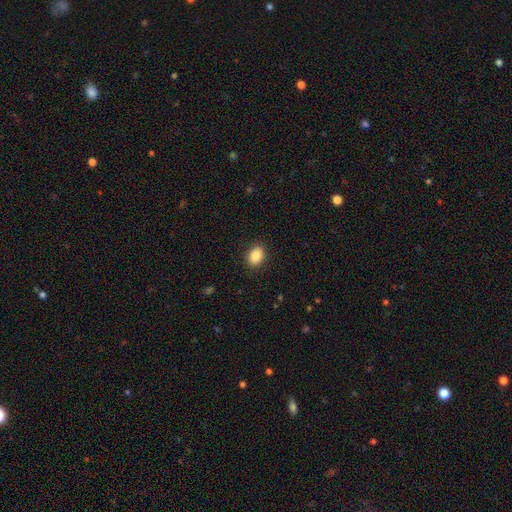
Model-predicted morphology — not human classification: type=smooth (87%); roundness=in between (70%); merging=none (90%).